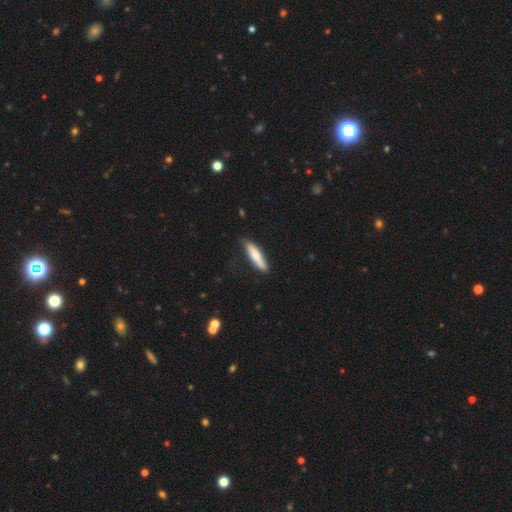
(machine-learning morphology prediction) Overall: smooth (68%). How rounded: cigar-shaped (80%). Merging: none (76%).